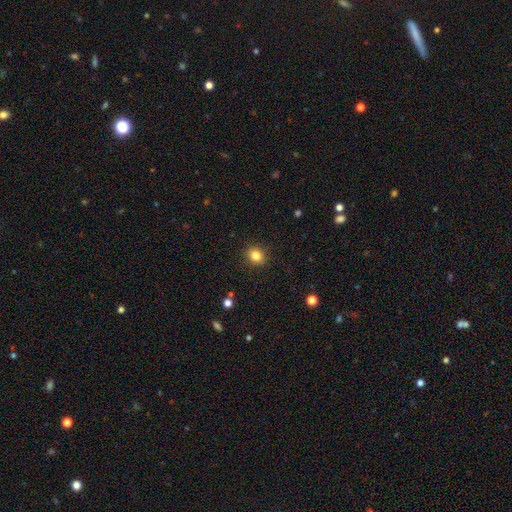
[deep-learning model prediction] Overall: smooth (83%). How rounded: round (69%; in between 31%). Merging: none (90%).